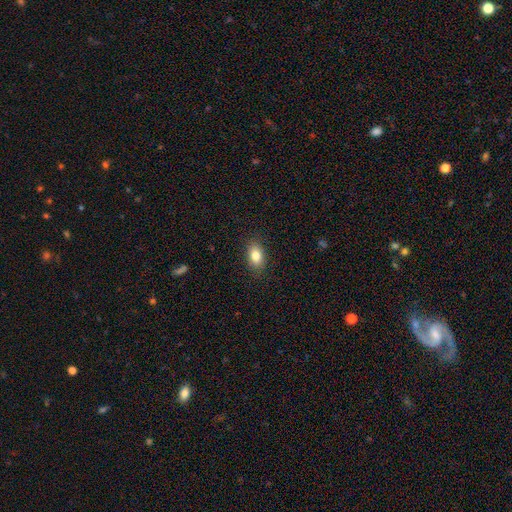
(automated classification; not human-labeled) Q: Smooth or featured?
A: smooth (83%); runner-up: featured or disk (9%)
Q: How rounded?
A: in between (88%); runner-up: round (10%)
Q: Merging?
A: none (88%); runner-up: minor disturbance (9%)